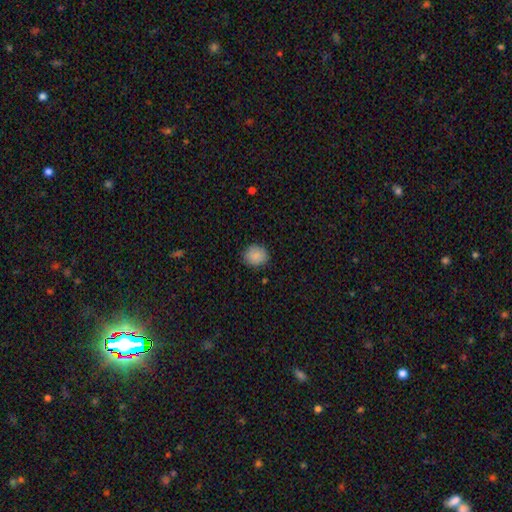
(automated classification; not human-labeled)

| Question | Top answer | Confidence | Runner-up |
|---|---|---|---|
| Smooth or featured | smooth | 88% | star or artifact (8%) |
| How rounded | round | 76% | in between (23%) |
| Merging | none | 87% | minor disturbance (10%) |